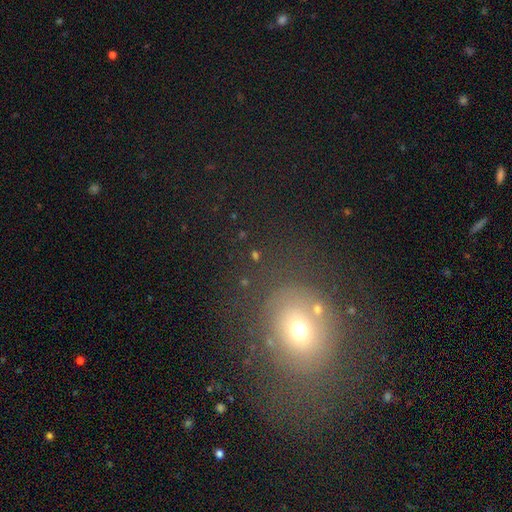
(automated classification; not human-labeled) The model was most divided on "smooth or featured": smooth: 51%, star or artifact: 33%, featured or disk: 16%. More confident: how rounded — round (74%); merging — none (73%).